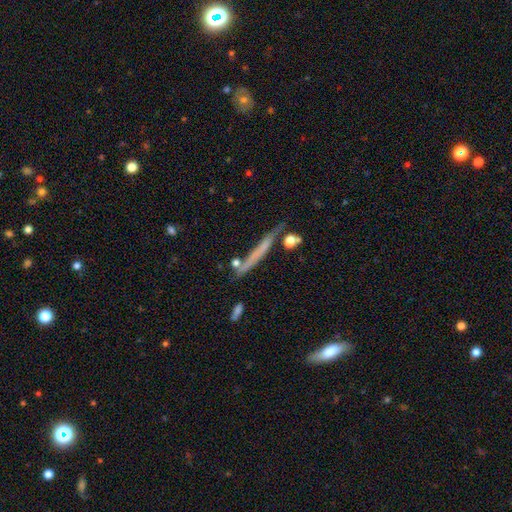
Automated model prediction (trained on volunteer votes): featured or disk 46%, smooth 32%, star or artifact 22%. Down the decision tree: merging — none (70%).